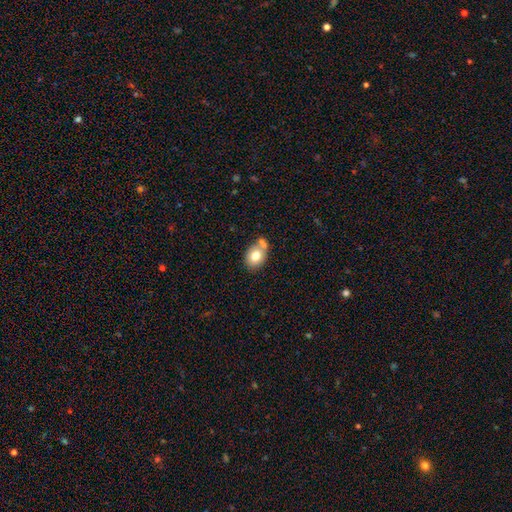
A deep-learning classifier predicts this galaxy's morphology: Overall: smooth (75%). How rounded: in between (62%; round 37%). Merging: none (47%; merger 30%).